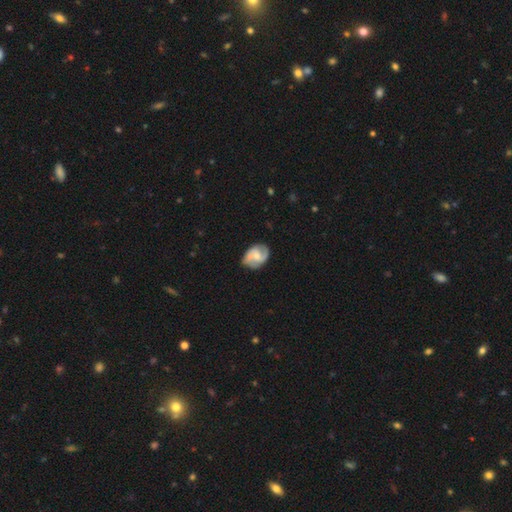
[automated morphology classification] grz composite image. It shows a featured or disk galaxy (70%) with a weak bar (46%), 2 (84%) medium (48%) spiral arms (92%) and a small central bulge (46%). Merging: none (74%).